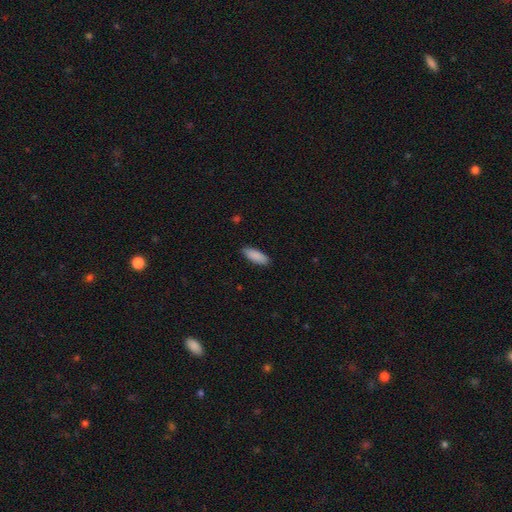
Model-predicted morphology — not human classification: A smooth galaxy with no disk features (90%) that is in between round and cigar-shaped (74%).

Vote fractions:
- Smooth or featured? smooth: 90% / star or artifact: 6% / featured or disk: 5%
- How rounded? in between: 74% / cigar-shaped: 24% / round: 2%
- Merging? none: 87% / minor disturbance: 10% / major disturbance: 2% / merger: 1%